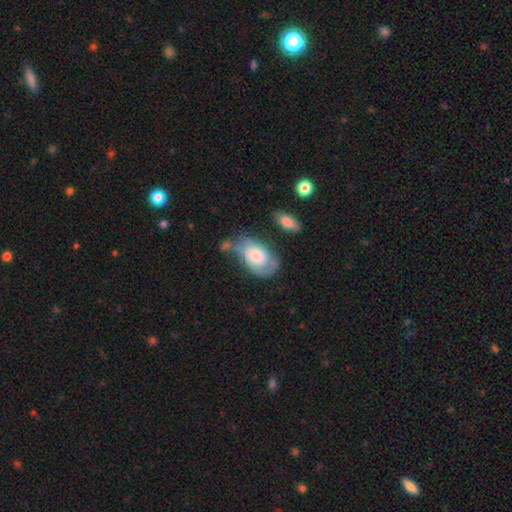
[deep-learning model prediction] Smooth or featured?
  - featured or disk: 55% *
  - smooth: 39%
  - star or artifact: 7%
Edge-on disk?
  - no: 95% *
  - yes: 5%
Bar?
  - no: 74% *
  - weak: 22%
  - strong: 3%
Spiral arms?
  - yes: 79% *
  - no: 21%
Bulge size?
  - moderate: 43% *
  - large: 34%
  - small: 14%
  - none: 4%
  - dominant: 4%
Merging?
  - none: 41% *
  - minor disturbance: 30%
  - major disturbance: 17%
  - merger: 12%